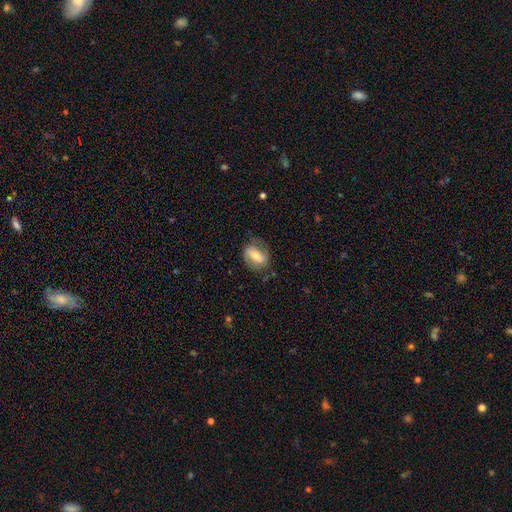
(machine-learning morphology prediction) Overall: featured or disk (54%; smooth 39%). Edge-on disk: no (93%). Bar: strong (47%; weak 31%). Spiral arms: yes (69%; no 31%). Bulge size: moderate (58%; small 33%). Merging: none (72%).